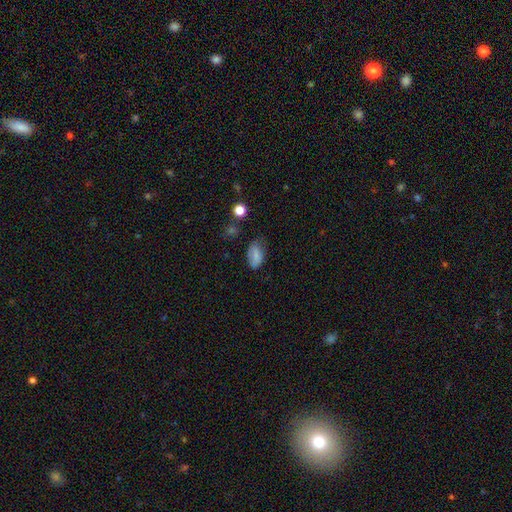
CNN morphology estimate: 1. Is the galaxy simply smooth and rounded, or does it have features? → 77% smooth, 14% featured or disk, 9% star or artifact.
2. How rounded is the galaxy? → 91% in between, 6% round, 2% cigar-shaped.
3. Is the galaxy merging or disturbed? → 58% none, 31% minor disturbance, 9% major disturbance, 2% merger.